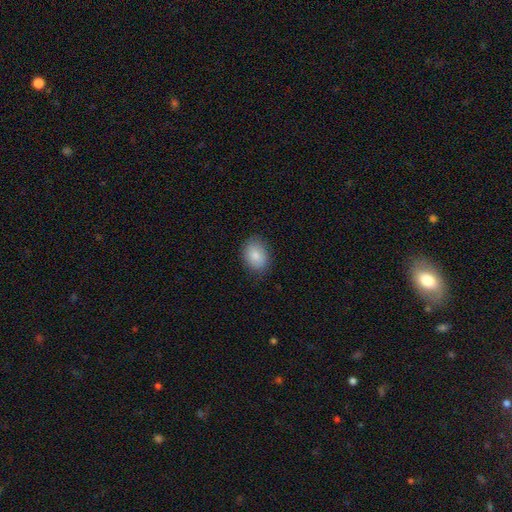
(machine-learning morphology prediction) smooth_or_featured: smooth (p=0.85) [alt: featured or disk p=0.08]
how_rounded: in between (p=0.75) [alt: round p=0.24]
merging: none (p=0.84) [alt: minor disturbance p=0.13]